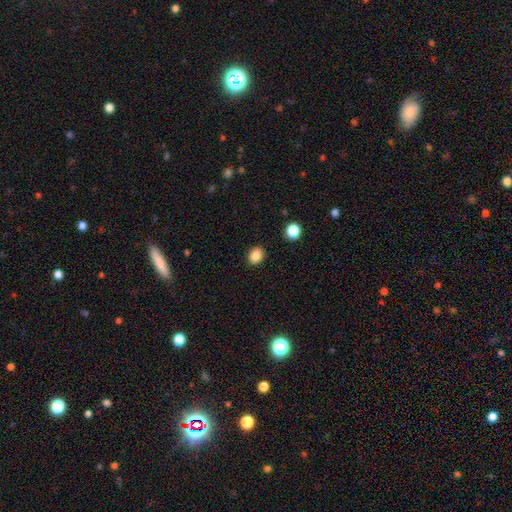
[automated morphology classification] This appears to be a smooth galaxy with no disk features (86%) that is in between round and cigar-shaped (50%). Merging: none (89%).